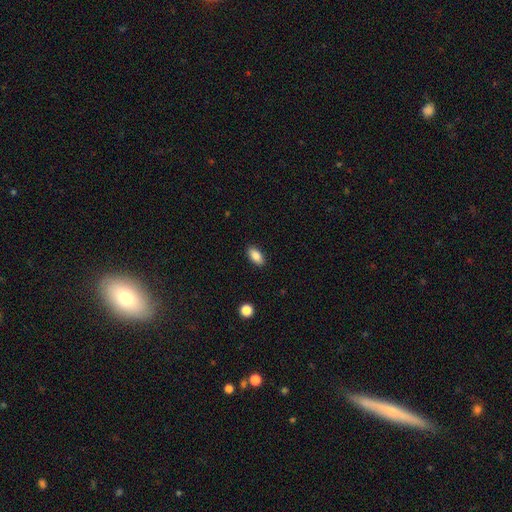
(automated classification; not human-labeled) Smooth or featured? Predicted: smooth (p=0.86). How rounded? Predicted: in between (p=0.90). Merging? Predicted: none (p=0.89).